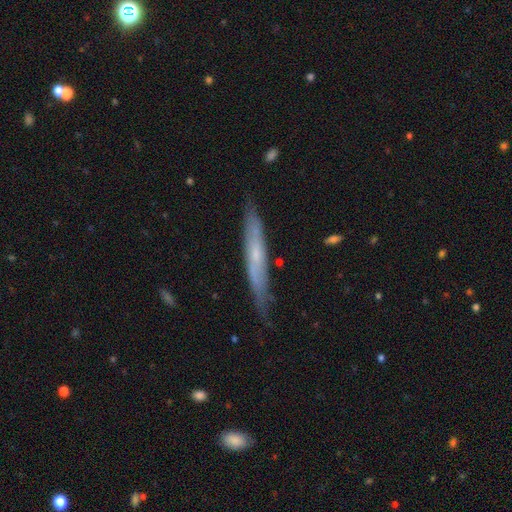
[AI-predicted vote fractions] The model was most divided on "smooth or featured": featured or disk: 55%, smooth: 39%, star or artifact: 6%. More confident: edge-on disk — yes (84%); merging — none (78%).